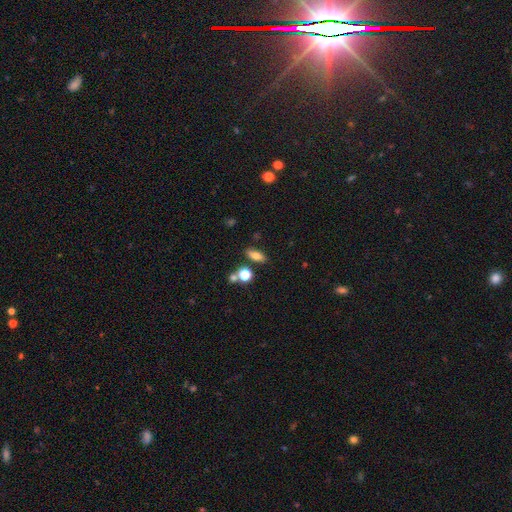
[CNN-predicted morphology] Smooth or featured? Predicted: smooth (p=0.76). How rounded? Predicted: in between (p=0.70). Merging? Predicted: none (p=0.77).